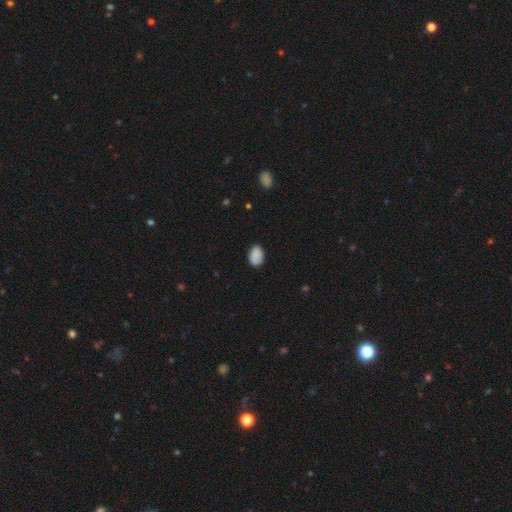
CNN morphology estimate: Smooth or featured?
  - smooth: 88% *
  - star or artifact: 7%
  - featured or disk: 5%
How rounded?
  - in between: 86% *
  - round: 13%
  - cigar-shaped: 1%
Merging?
  - none: 81% *
  - minor disturbance: 15%
  - major disturbance: 3%
  - merger: 1%